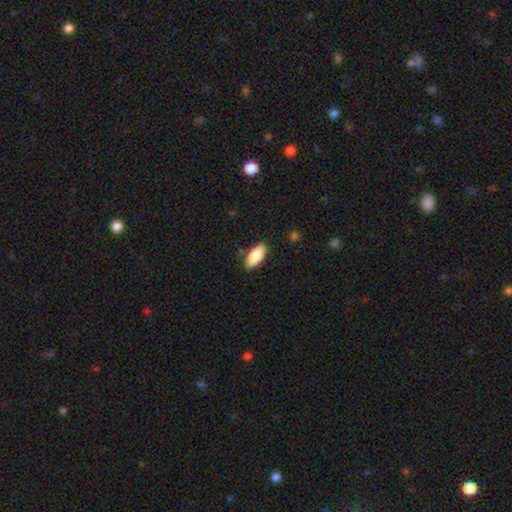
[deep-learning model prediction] smooth_or_featured: smooth (p=0.83) [alt: featured or disk p=0.11]
how_rounded: in between (p=0.86) [alt: cigar-shaped p=0.12]
merging: none (p=0.85) [alt: minor disturbance p=0.11]